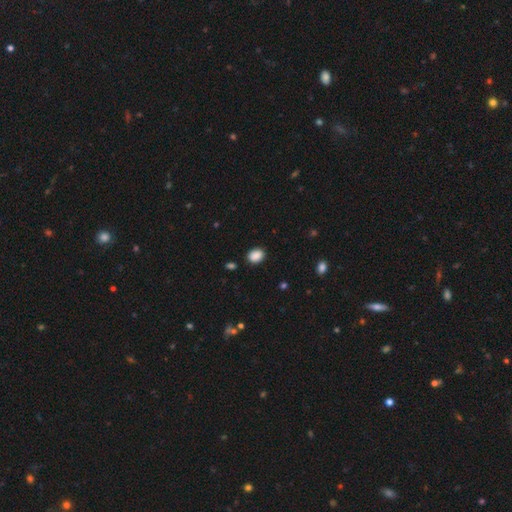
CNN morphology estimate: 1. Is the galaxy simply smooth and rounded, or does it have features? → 88% smooth, 9% star or artifact, 3% featured or disk.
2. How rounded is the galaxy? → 64% in between, 35% round, 1% cigar-shaped.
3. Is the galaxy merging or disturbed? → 86% none, 10% minor disturbance, 2% major disturbance, 2% merger.